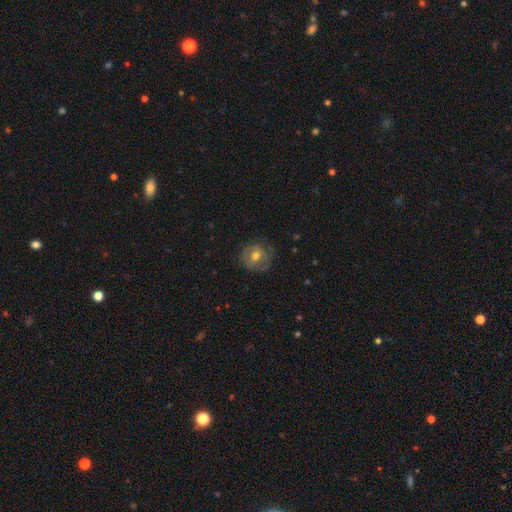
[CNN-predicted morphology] The model was most divided on "smooth or featured": smooth: 51%, featured or disk: 41%, star or artifact: 8%. More confident: how rounded — round (86%); merging — none (71%).